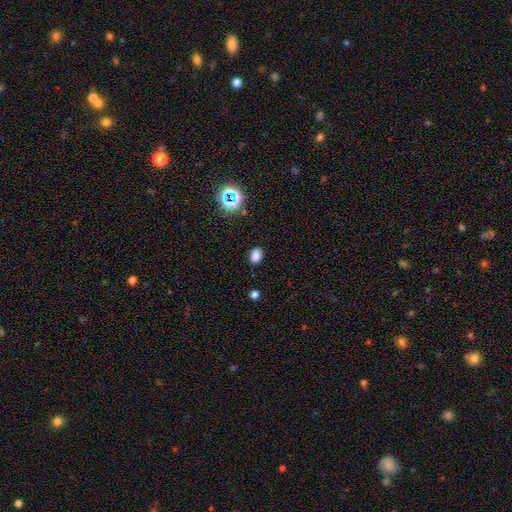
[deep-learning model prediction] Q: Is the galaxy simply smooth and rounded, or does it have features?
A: smooth — 80%.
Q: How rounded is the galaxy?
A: in between — 70%.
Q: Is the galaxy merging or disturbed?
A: none — 86%.